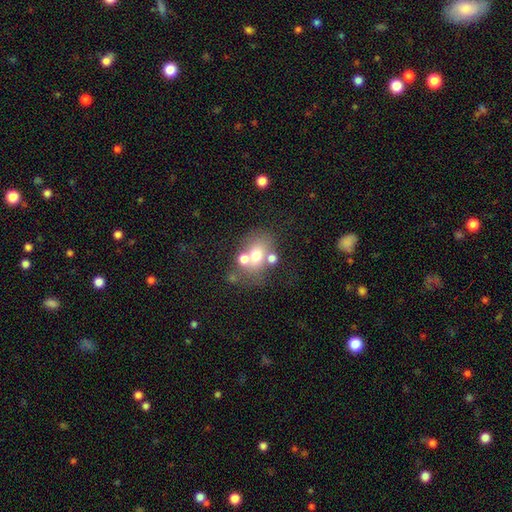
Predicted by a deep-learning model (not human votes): A smooth galaxy with no disk features (60%) that is in between round and cigar-shaped (51%). Merging: none (43%).